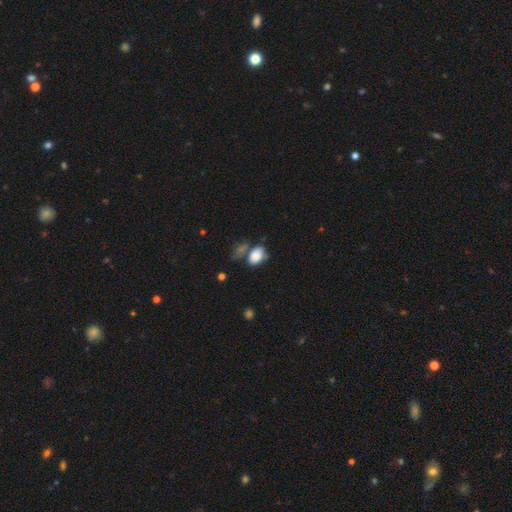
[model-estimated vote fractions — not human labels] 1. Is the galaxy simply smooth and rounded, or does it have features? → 82% smooth, 9% featured or disk, 9% star or artifact.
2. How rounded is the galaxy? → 86% in between, 13% round, 2% cigar-shaped.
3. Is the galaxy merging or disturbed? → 41% none, 26% merger, 23% minor disturbance, 11% major disturbance.